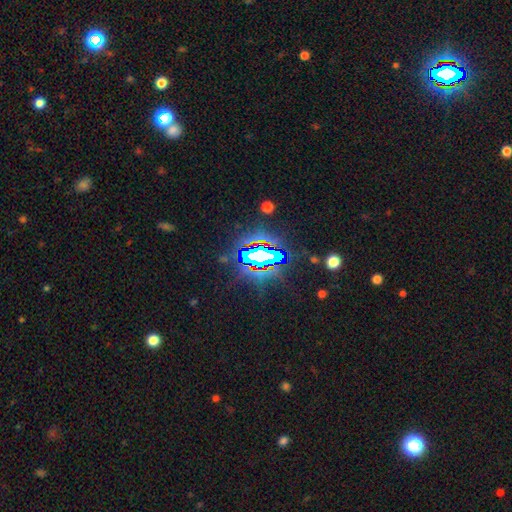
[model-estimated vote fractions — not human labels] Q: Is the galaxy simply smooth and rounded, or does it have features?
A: star or artifact — 77%.